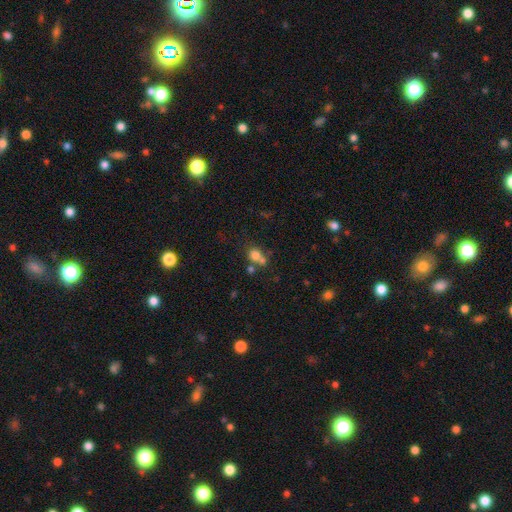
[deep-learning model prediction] A smooth galaxy with no disk features (74%) that is round (76%).

Vote fractions:
- Smooth or featured? smooth: 74% / star or artifact: 14% / featured or disk: 12%
- How rounded? round: 76% / in between: 23% / cigar-shaped: 1%
- Merging? none: 44% / merger: 41% / minor disturbance: 9% / major disturbance: 5%